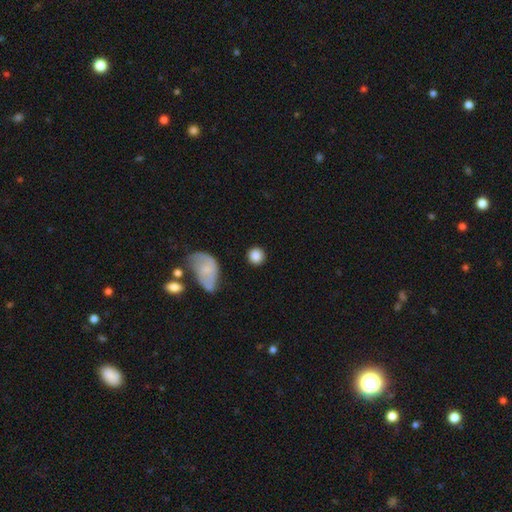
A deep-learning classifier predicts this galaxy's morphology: Overall: smooth (84%). How rounded: round (89%). Merging: none (83%).